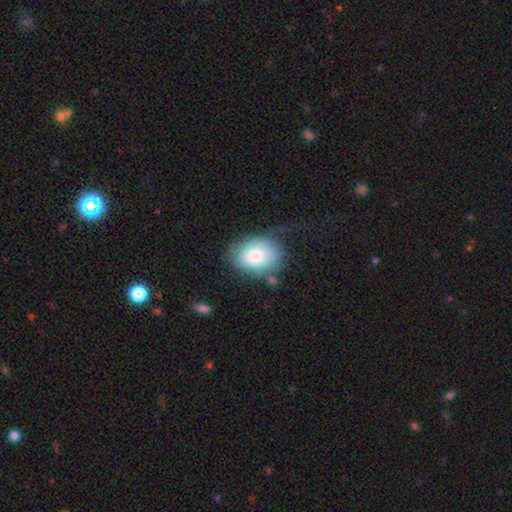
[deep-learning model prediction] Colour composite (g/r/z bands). It shows a smooth galaxy with no disk features (70%) that is in between round and cigar-shaped (71%). Merging: none (43%).